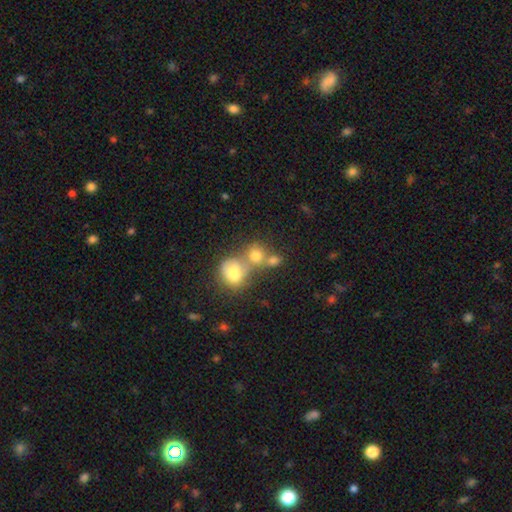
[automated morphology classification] Smooth or featured? Predicted: smooth (p=0.72). How rounded? Predicted: round (p=0.73). Merging? Predicted: merger (p=0.53).